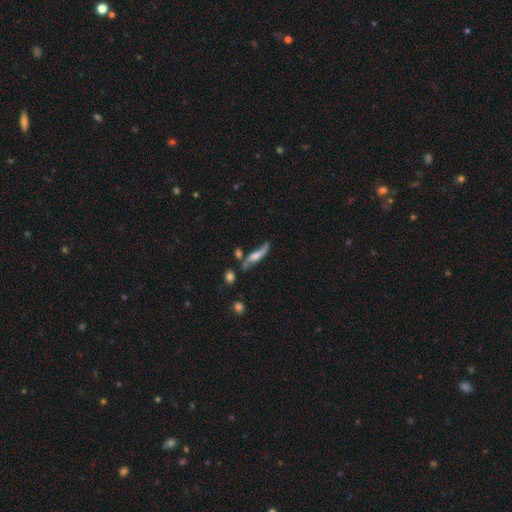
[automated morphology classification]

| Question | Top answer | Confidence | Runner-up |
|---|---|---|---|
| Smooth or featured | featured or disk | 57% | smooth (35%) |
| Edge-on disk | no | 54% | yes (46%) |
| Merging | none | 49% | minor disturbance (23%) |